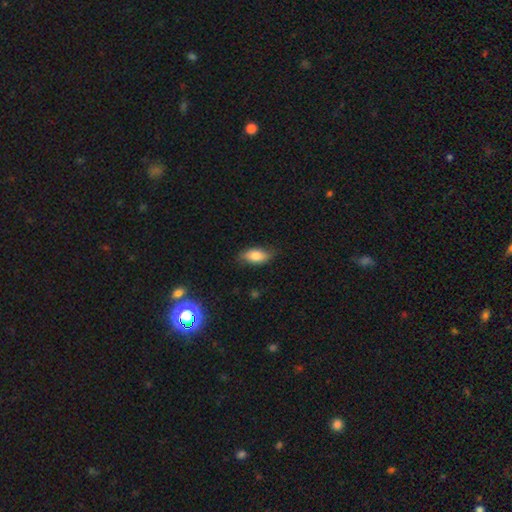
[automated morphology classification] Overall: smooth (79%). How rounded: in between (89%). Merging: none (72%).